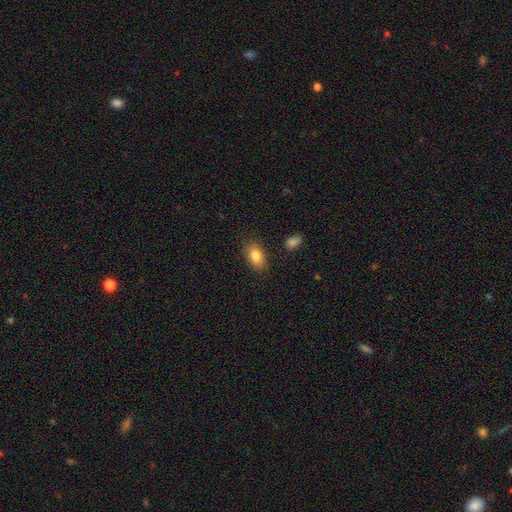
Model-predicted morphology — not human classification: Smooth or featured?
  - smooth: 83% *
  - featured or disk: 9%
  - star or artifact: 8%
How rounded?
  - in between: 90% *
  - round: 8%
  - cigar-shaped: 2%
Merging?
  - none: 85% *
  - minor disturbance: 11%
  - major disturbance: 3%
  - merger: 2%